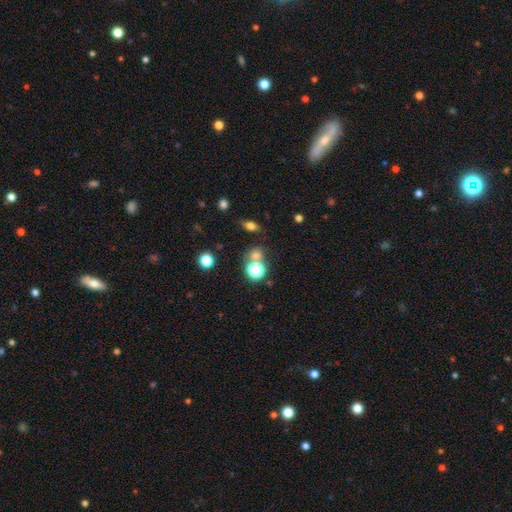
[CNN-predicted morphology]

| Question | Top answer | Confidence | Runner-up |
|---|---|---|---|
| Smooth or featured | smooth | 63% | star or artifact (28%) |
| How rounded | round | 67% | in between (31%) |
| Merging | none | 63% | merger (22%) |